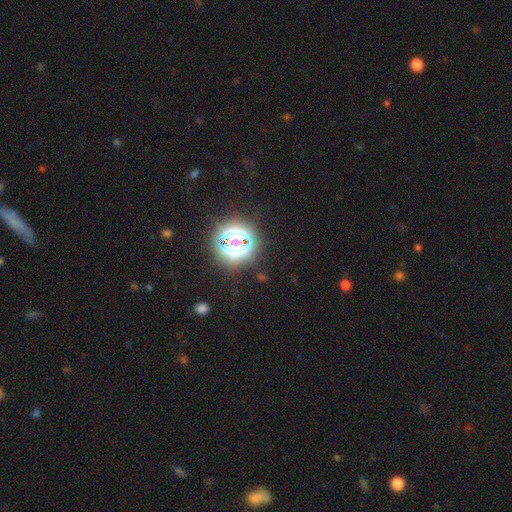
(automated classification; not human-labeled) Smooth or featured: star or artifact — 80% (smooth — 13%)